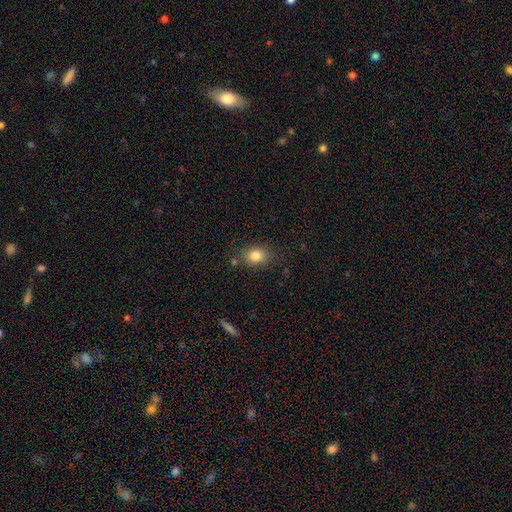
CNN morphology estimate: Smooth or featured: smooth — 82% (star or artifact — 10%)
How rounded: in between — 60% (round — 38%)
Merging: none — 78% (minor disturbance — 14%)